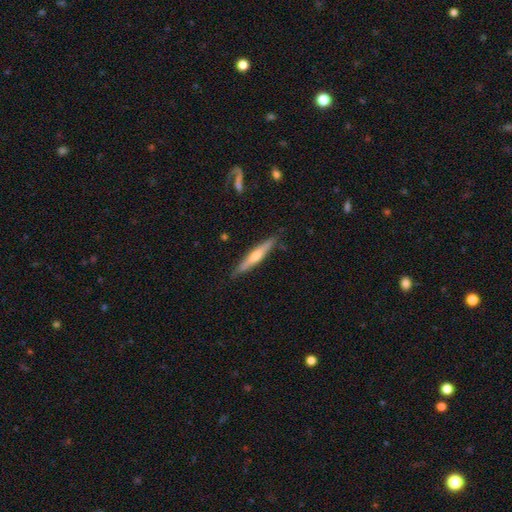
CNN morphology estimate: A featured or disk galaxy (60%) viewed edge-on (95%) with a rounded central bulge (79%). Merging: none (86%).